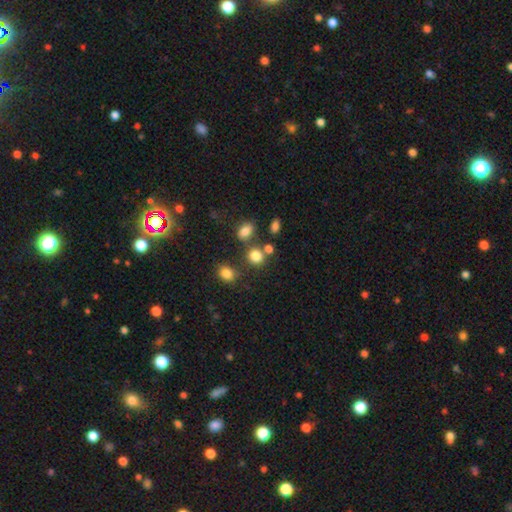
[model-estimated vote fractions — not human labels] Smooth or featured: smooth — 81% (star or artifact — 13%)
How rounded: round — 76% (in between — 23%)
Merging: none — 64% (merger — 20%)